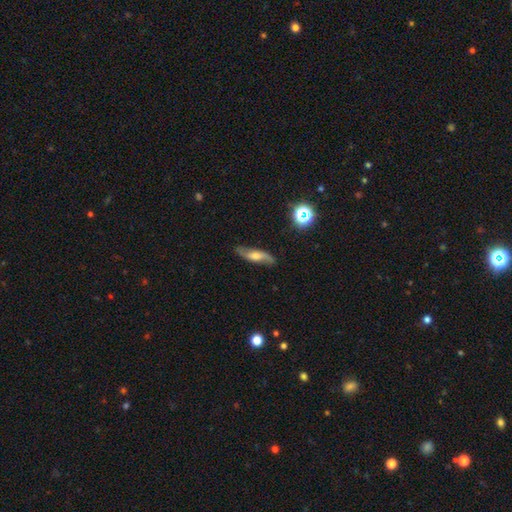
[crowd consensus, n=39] smooth_or_featured: featured or disk (p=0.72) [alt: smooth p=0.21]
disk_edge_on: no (p=0.86) [alt: yes p=0.14]
bar: weak (p=0.42) [tied with: no p=0.42]
has_spiral_arms: yes (p=0.96) [alt: no p=0.04]
spiral_winding: loose (p=0.57) [alt: medium p=0.30]
spiral_arm_count: 2 (p=0.96) [alt: can't tell p=0.04]
bulge_size: moderate (p=0.42) [alt: small p=0.29]
merging: none (p=0.81) [alt: minor disturbance p=0.08]